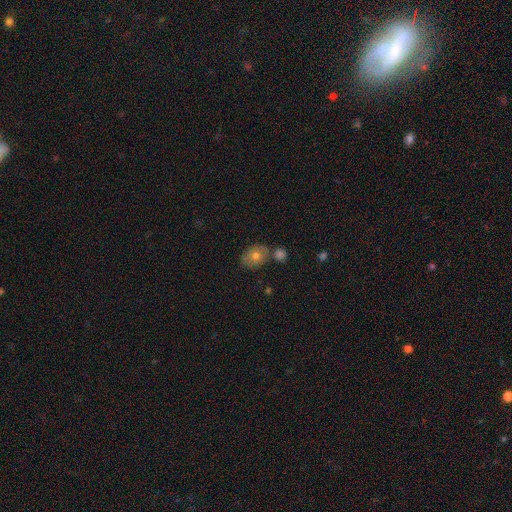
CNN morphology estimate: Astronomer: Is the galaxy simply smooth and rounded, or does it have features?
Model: smooth — 66%.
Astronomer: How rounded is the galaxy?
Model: in between — 67%.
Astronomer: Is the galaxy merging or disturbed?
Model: none — 62%.